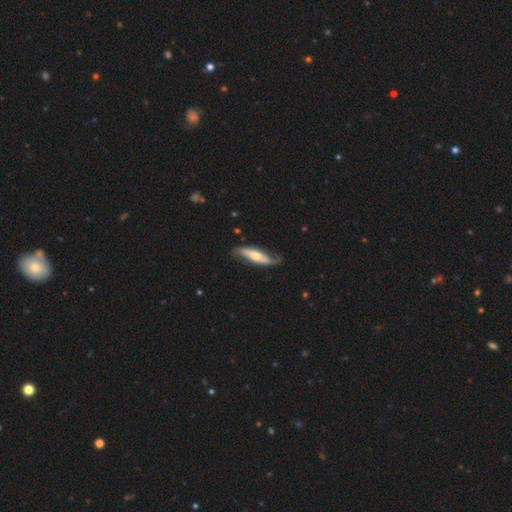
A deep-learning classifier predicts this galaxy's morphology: This appears to be a featured or disk galaxy (69%). Merging: none (67%).